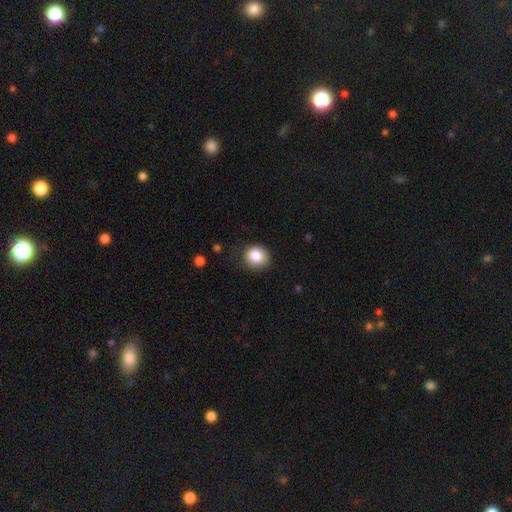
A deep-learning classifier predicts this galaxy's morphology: This is clearly a smooth galaxy (85%). How rounded: clearly round (84%). Merging: likely none (79%).